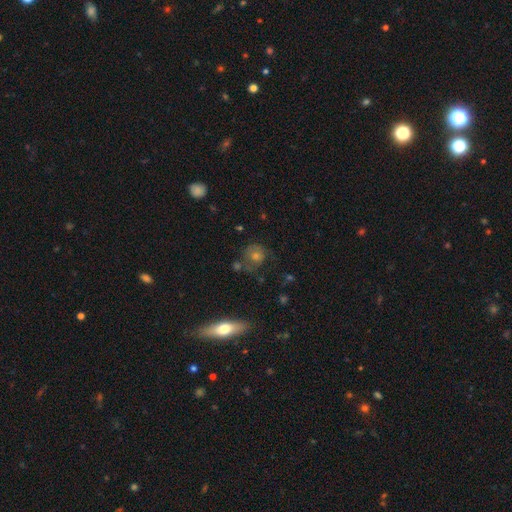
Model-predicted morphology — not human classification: The model was most divided on "smooth or featured": smooth: 44%, featured or disk: 38%, star or artifact: 18%. More confident: merging — none (70%).